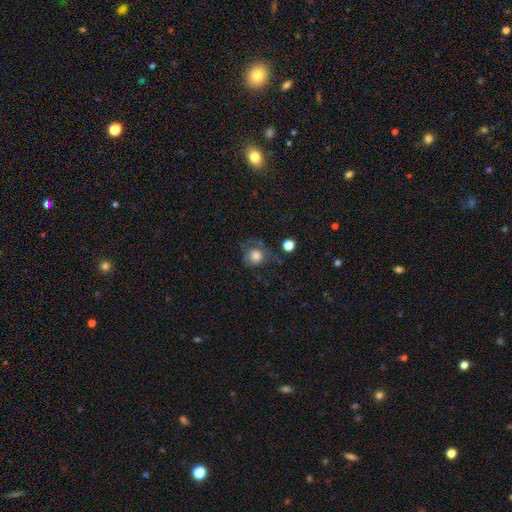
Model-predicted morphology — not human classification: Smooth or featured? Predicted: smooth (p=0.74). How rounded? Predicted: round (p=0.80). Merging? Predicted: none (p=0.45).